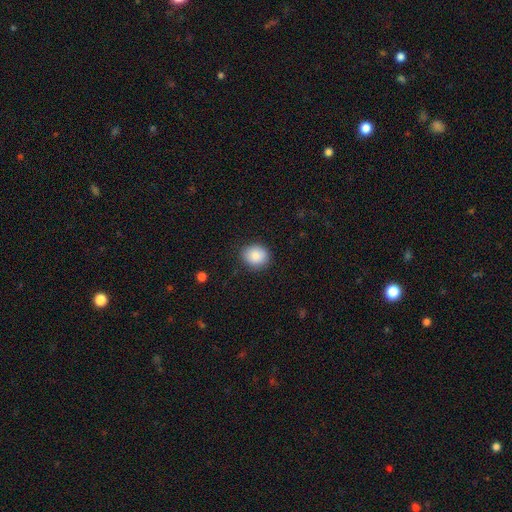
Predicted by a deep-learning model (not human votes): Q: Smooth or featured?
A: smooth (86%); runner-up: star or artifact (8%)
Q: How rounded?
A: round (74%); runner-up: in between (25%)
Q: Merging?
A: none (86%); runner-up: minor disturbance (10%)